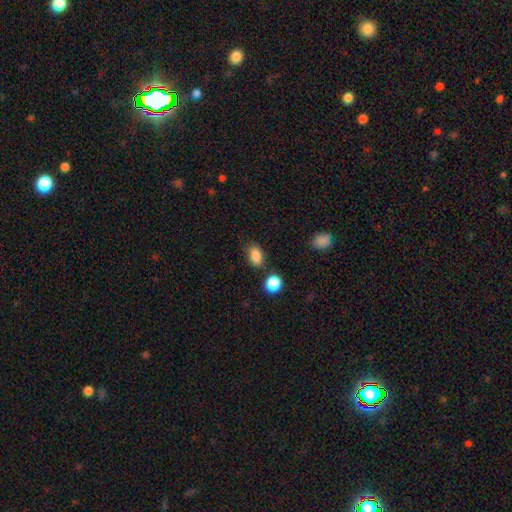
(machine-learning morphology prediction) smooth 85%, star or artifact 10%, featured or disk 5%. Down the decision tree: how rounded — in between (83%); merging — none (78%).